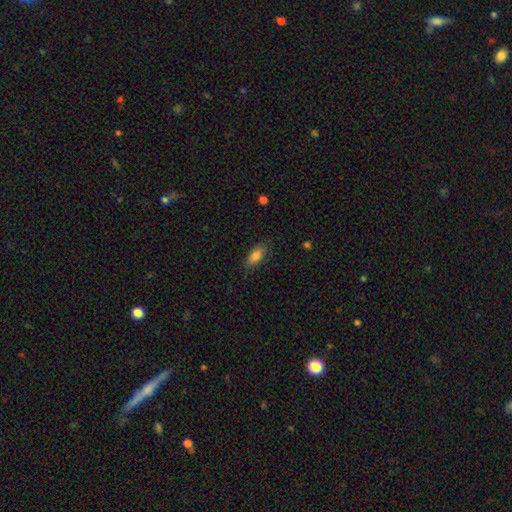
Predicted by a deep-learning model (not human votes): smooth 85%, star or artifact 8%, featured or disk 8%. Down the decision tree: how rounded — in between (87%); merging — none (78%).